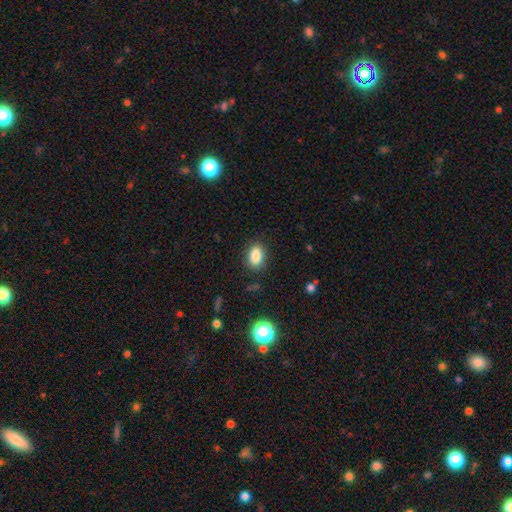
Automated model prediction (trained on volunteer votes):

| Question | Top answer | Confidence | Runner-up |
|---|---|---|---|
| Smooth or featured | smooth | 86% | star or artifact (9%) |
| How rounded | in between | 85% | round (13%) |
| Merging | none | 86% | minor disturbance (10%) |